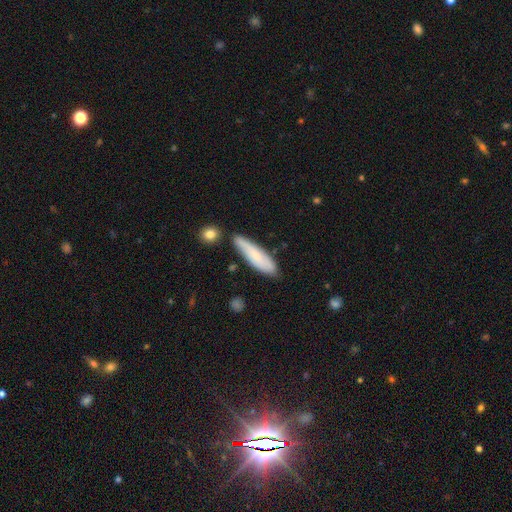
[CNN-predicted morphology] This appears to be a smooth galaxy with no disk features (65%) that is cigar-shaped (69%). Merging: none (74%).